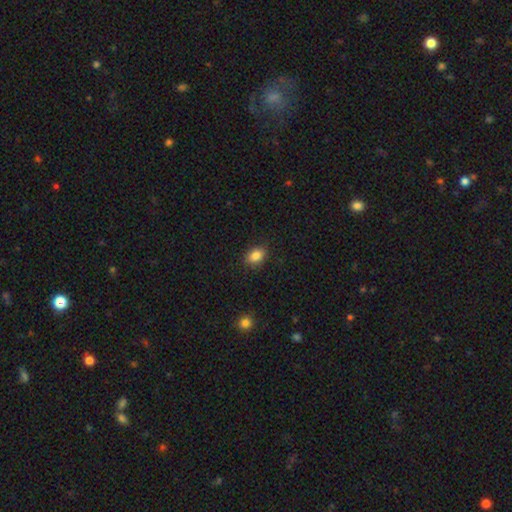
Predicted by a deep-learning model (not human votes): Smooth or featured? Predicted: smooth (p=0.85). How rounded? Predicted: in between (p=0.75). Merging? Predicted: none (p=0.87).